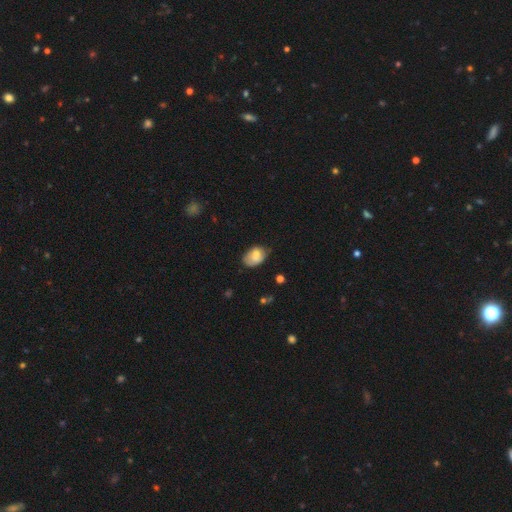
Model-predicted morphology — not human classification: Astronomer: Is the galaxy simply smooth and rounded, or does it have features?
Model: smooth — 70%.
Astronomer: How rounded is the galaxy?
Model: in between — 82%.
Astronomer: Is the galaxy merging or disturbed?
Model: none — 50% (runner-up: minor disturbance, 36%).